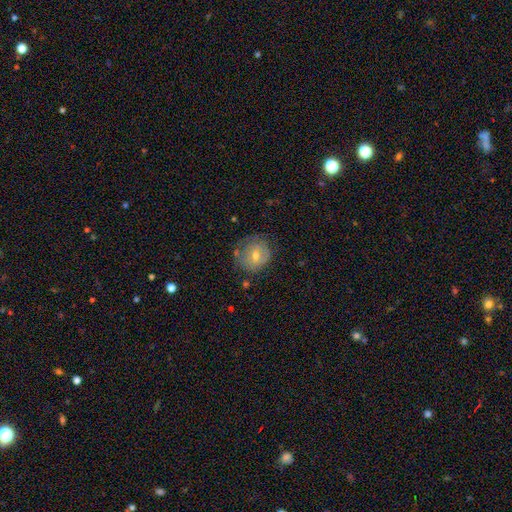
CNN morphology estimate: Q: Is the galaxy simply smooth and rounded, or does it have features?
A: smooth — 50%.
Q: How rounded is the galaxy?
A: round — 83%.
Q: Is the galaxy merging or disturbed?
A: none — 68%.